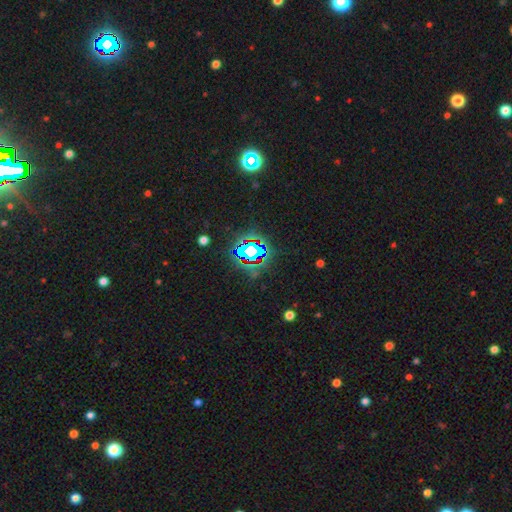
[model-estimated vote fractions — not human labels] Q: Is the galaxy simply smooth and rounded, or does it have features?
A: star or artifact — 81%.